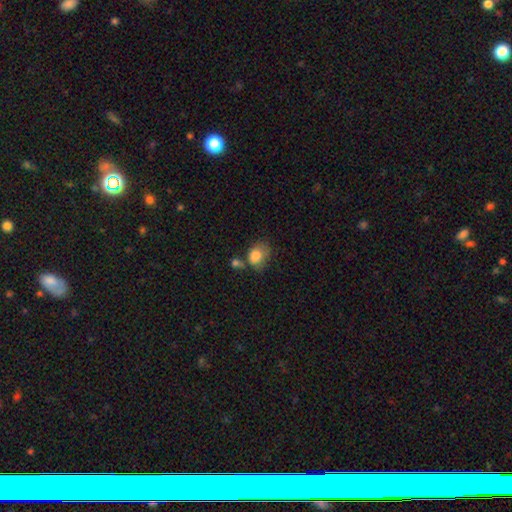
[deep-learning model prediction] Smooth or featured: smooth — 81% (featured or disk — 10%)
How rounded: in between — 62% (round — 37%)
Merging: none — 34% (minor disturbance — 26%)